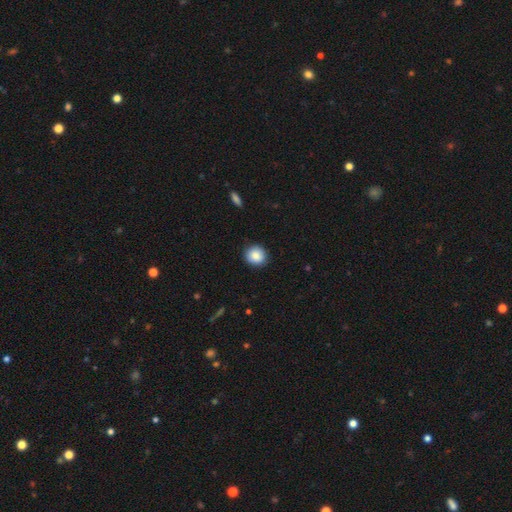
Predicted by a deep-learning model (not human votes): Overall: smooth (86%). How rounded: round (86%). Merging: none (89%).